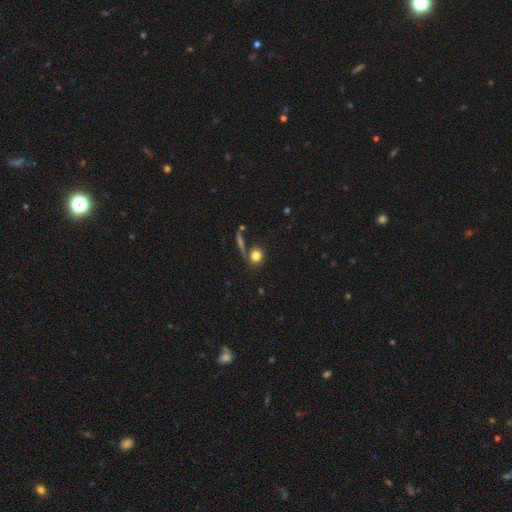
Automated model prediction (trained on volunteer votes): Overall: smooth (80%). How rounded: round (76%). Merging: none (71%).